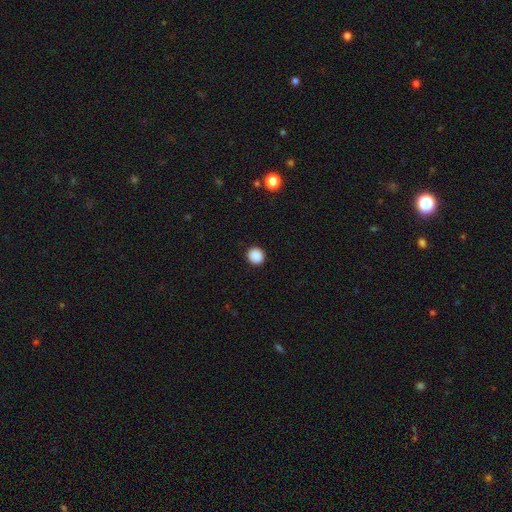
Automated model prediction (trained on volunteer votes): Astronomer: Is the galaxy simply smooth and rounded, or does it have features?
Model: smooth — 89%.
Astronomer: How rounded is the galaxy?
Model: round — 91%.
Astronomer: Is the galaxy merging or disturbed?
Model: none — 92%.